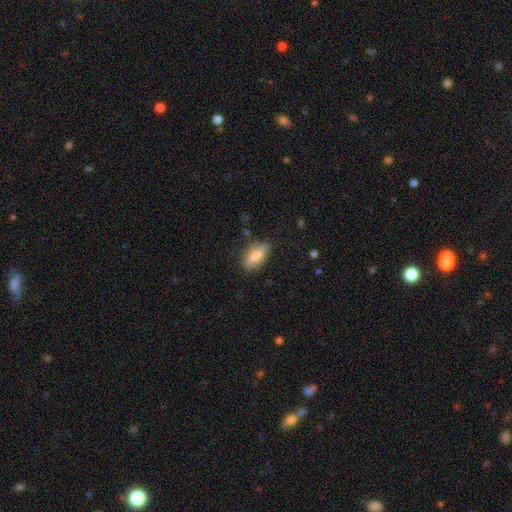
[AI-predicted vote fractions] A smooth galaxy with no disk features (79%) that is in between round and cigar-shaped (84%).

Vote fractions:
- Smooth or featured? smooth: 79% / featured or disk: 13% / star or artifact: 7%
- How rounded? in between: 84% / cigar-shaped: 12% / round: 4%
- Merging? none: 67% / minor disturbance: 25% / major disturbance: 6% / merger: 2%